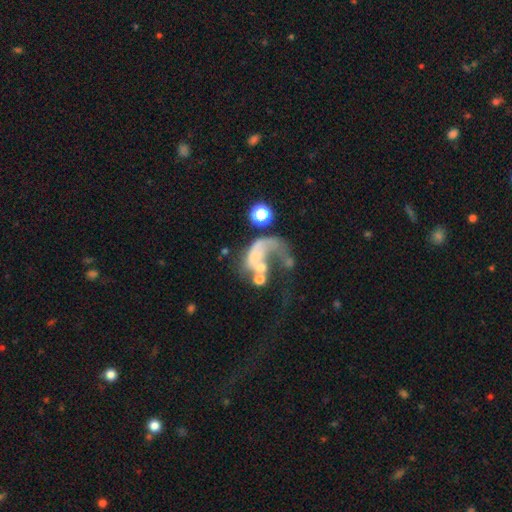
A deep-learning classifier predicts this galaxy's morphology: smooth-or-featured: featured or disk: 60% | smooth: 26% | star or artifact: 14%
  disk-edge-on: no: 97% | yes: 3%
    bar: no: 82% | weak: 14% | strong: 4%
    has-spiral-arms: no: 58% | yes: 42%
    bulge-size: none: 48% | small: 28% | moderate: 17% | large: 5% | dominant: 3%
  merging: major disturbance: 44% | merger: 32% | none: 15% | minor disturbance: 8%